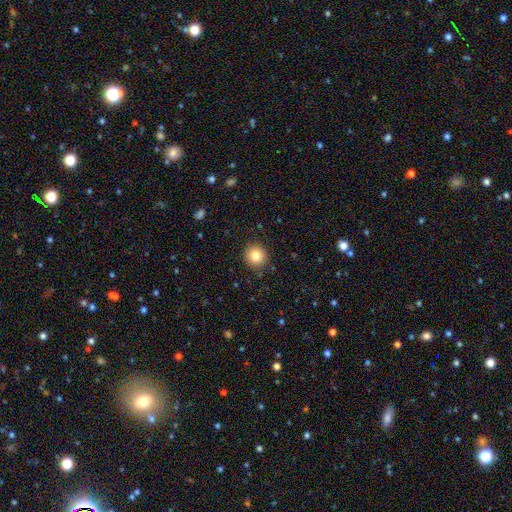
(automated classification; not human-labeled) smooth_or_featured: smooth (p=0.83) [alt: star or artifact p=0.11]
how_rounded: round (p=0.93) [alt: in between p=0.06]
merging: none (p=0.91) [alt: minor disturbance p=0.06]